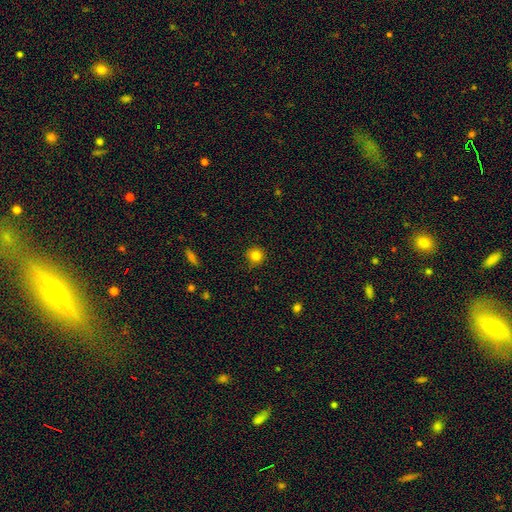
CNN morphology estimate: A smooth galaxy with no disk features (83%) that is round (94%).

Vote fractions:
- Smooth or featured? smooth: 83% / star or artifact: 12% / featured or disk: 6%
- How rounded? round: 94% / in between: 5% / cigar-shaped: 1%
- Merging? none: 85% / minor disturbance: 11% / major disturbance: 2% / merger: 1%